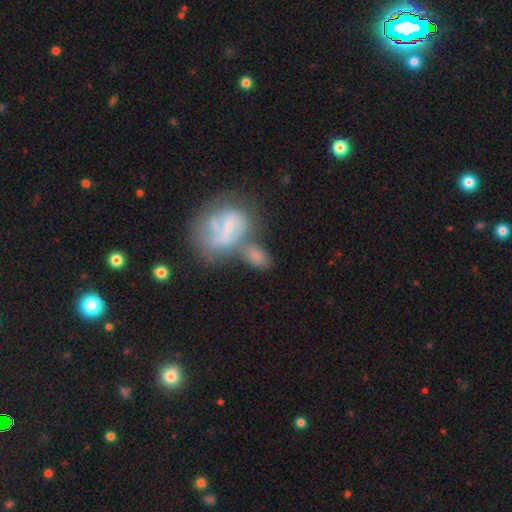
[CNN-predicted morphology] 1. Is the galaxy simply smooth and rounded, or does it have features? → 58% smooth, 31% featured or disk, 11% star or artifact.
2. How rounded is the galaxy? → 82% in between, 13% round, 5% cigar-shaped.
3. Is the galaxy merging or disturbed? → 43% merger, 31% none, 15% minor disturbance, 12% major disturbance.